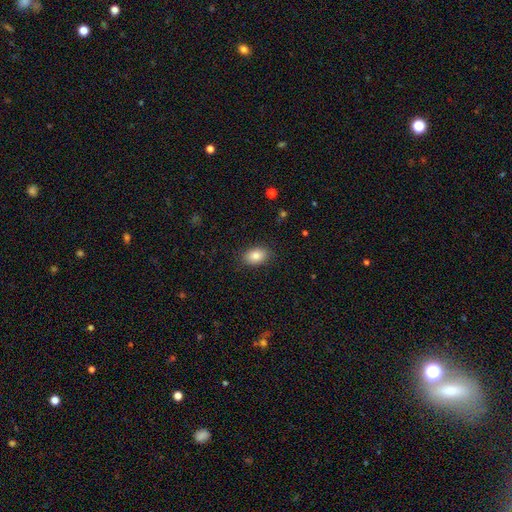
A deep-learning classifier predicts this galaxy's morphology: Smooth or featured?
  - smooth: 85% *
  - star or artifact: 8%
  - featured or disk: 7%
How rounded?
  - in between: 88% *
  - round: 11%
  - cigar-shaped: 1%
Merging?
  - none: 86% *
  - minor disturbance: 10%
  - major disturbance: 3%
  - merger: 1%